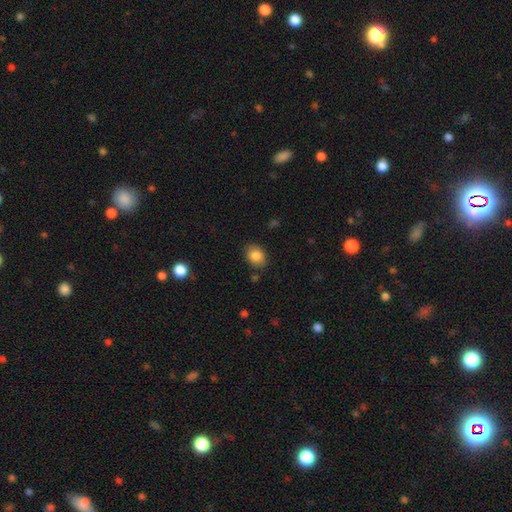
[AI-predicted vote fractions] Overall: smooth (84%). How rounded: in between (58%; round 41%). Merging: none (85%).